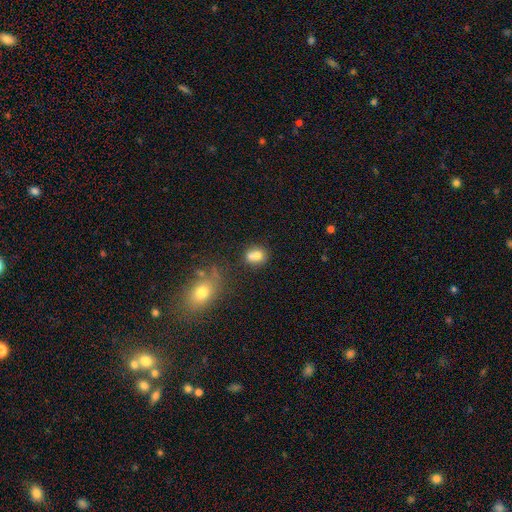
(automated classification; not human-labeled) Overall: smooth (71%). How rounded: round (71%). Merging: merger (48%; none 39%).